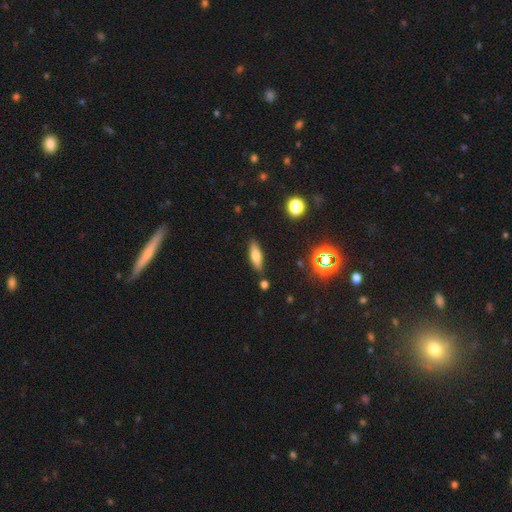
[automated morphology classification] smooth_or_featured: smooth (p=0.64) [alt: featured or disk p=0.26]
how_rounded: in between (p=0.53) [alt: cigar-shaped p=0.44]
merging: none (p=0.84) [alt: minor disturbance p=0.10]